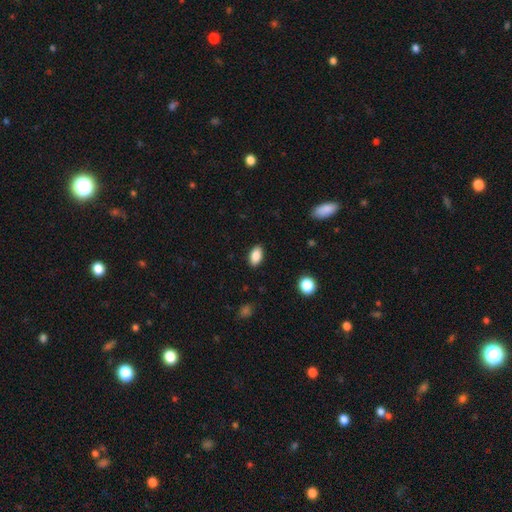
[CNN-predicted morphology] The model was most divided on "smooth or featured": smooth: 87%, star or artifact: 8%, featured or disk: 4%. More confident: how rounded — in between (91%); merging — none (88%).